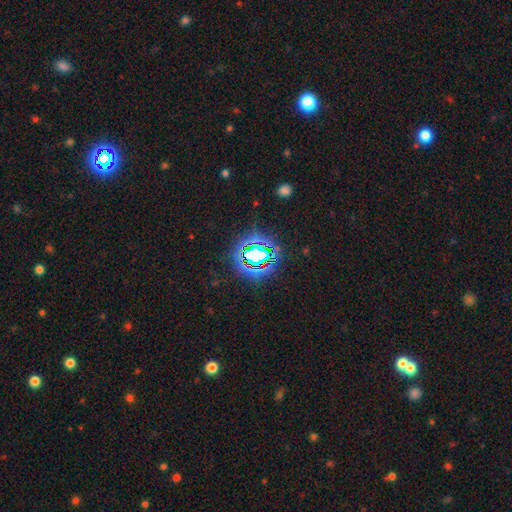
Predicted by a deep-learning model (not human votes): A star or artifact, not a galaxy (70%).

Vote fractions:
- Smooth or featured? star or artifact: 70% / smooth: 19% / featured or disk: 12%